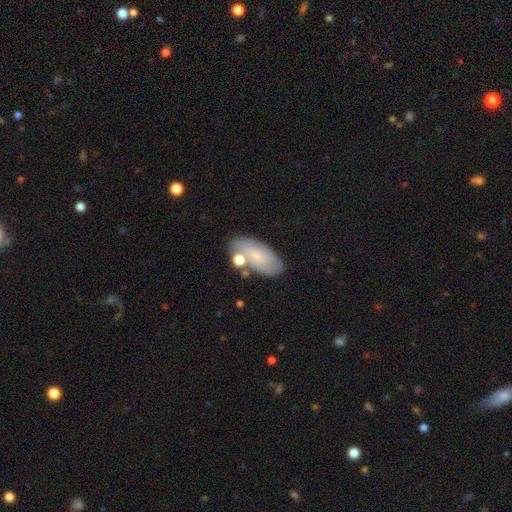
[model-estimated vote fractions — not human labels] Q: Smooth or featured?
A: smooth (52%); runner-up: featured or disk (39%)
Q: How rounded?
A: in between (90%); runner-up: cigar-shaped (6%)
Q: Merging?
A: none (68%); runner-up: minor disturbance (17%)